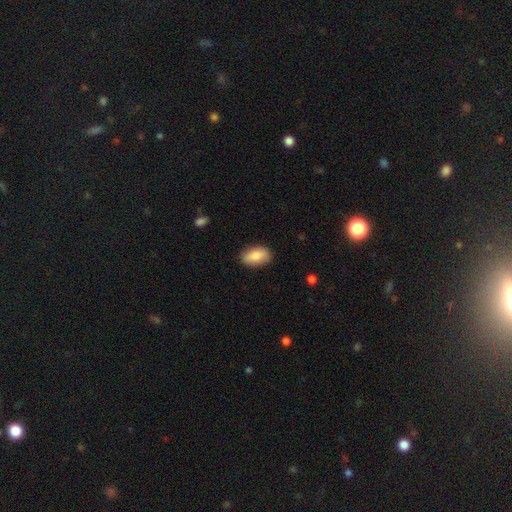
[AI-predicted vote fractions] This appears to be a smooth galaxy with no disk features (82%) that is in between round and cigar-shaped (91%). Merging: none (84%).